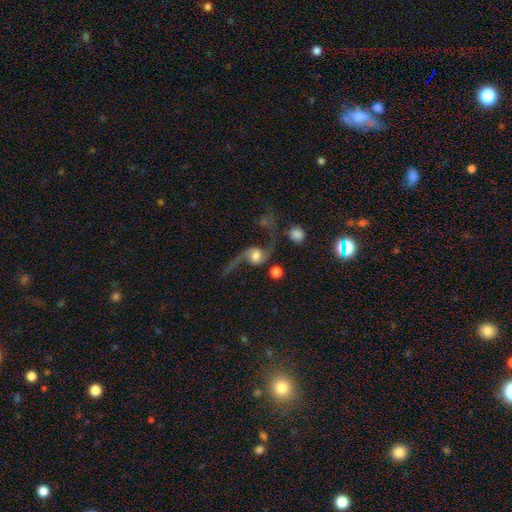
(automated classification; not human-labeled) Smooth or featured?
  - featured or disk: 81% *
  - smooth: 12%
  - star or artifact: 8%
Edge-on disk?
  - no: 95% *
  - yes: 5%
Bar?
  - no: 56% *
  - weak: 34%
  - strong: 10%
Spiral arms?
  - yes: 94% *
  - no: 6%
Spiral winding?
  - loose: 92% *
  - medium: 6%
  - tight: 2%
Spiral arm count?
  - 2: 92% *
  - 1: 4%
  - can't tell: 1%
  - 3: 1%
  - 4: 1%
  - more than 4: 1%
Bulge size?
  - moderate: 46% *
  - large: 29%
  - small: 15%
  - dominant: 6%
  - none: 5%
Merging?
  - none: 47% *
  - major disturbance: 22%
  - merger: 17%
  - minor disturbance: 14%